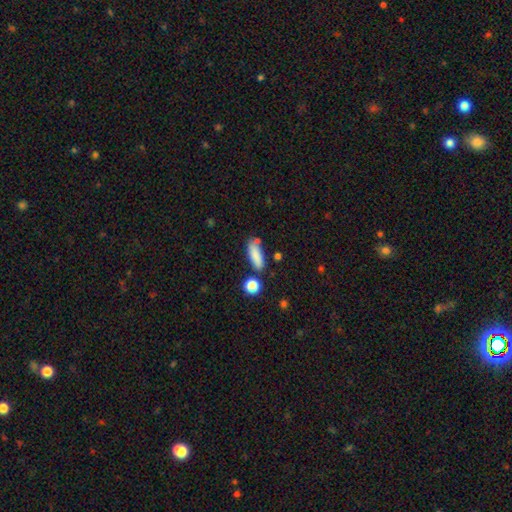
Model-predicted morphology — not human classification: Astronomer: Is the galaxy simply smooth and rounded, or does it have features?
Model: smooth — 84%.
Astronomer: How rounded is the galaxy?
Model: in between — 60% (runner-up: cigar-shaped, 37%).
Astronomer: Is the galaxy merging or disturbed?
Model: none — 70%.